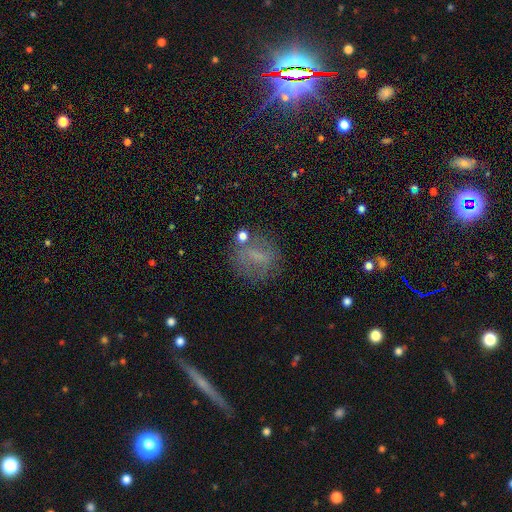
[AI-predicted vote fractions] Q: Smooth or featured?
A: smooth (51%); runner-up: featured or disk (30%)
Q: How rounded?
A: round (60%); runner-up: in between (33%)
Q: Merging?
A: none (68%); runner-up: minor disturbance (17%)